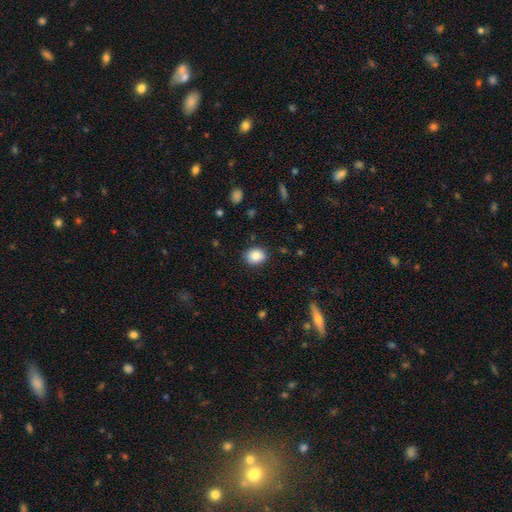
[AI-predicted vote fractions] smooth 85%, star or artifact 9%, featured or disk 6%. Down the decision tree: how rounded — round (59%); merging — none (87%).